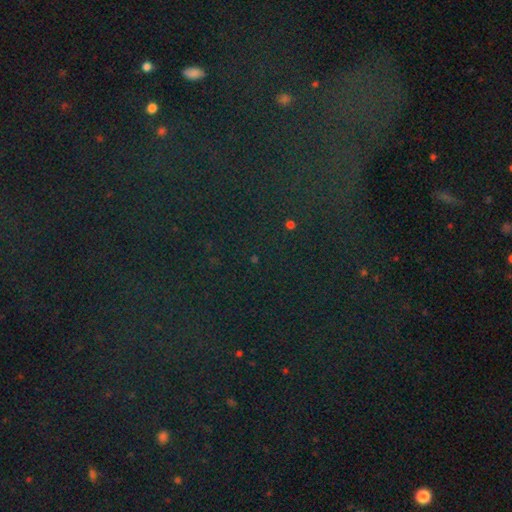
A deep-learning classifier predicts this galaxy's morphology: Smooth or featured? Predicted: star or artifact (p=0.79).